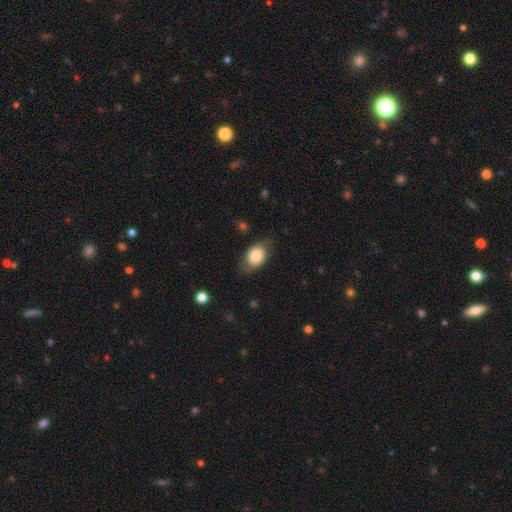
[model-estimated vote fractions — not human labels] Smooth or featured? Predicted: smooth (p=0.78). How rounded? Predicted: in between (p=0.86). Merging? Predicted: none (p=0.75).